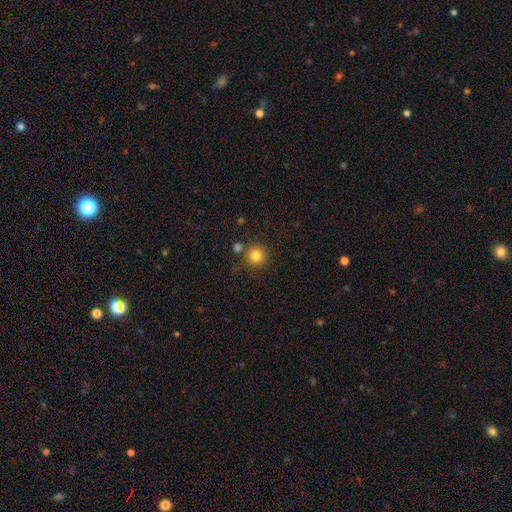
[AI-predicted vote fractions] smooth_or_featured: smooth (p=0.82) [alt: star or artifact p=0.12]
how_rounded: round (p=0.94) [alt: in between p=0.05]
merging: none (p=0.81) [alt: merger p=0.09]